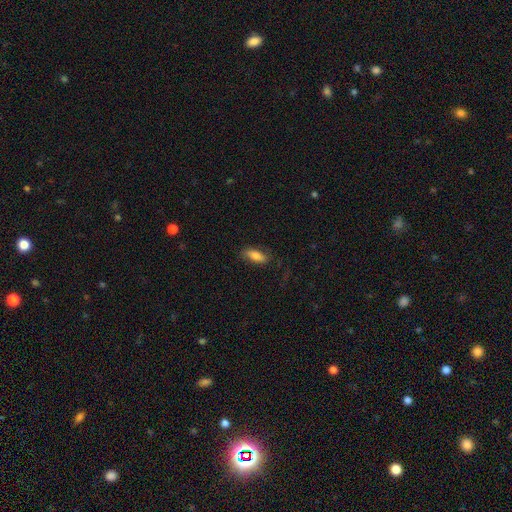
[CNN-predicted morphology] A smooth galaxy with no disk features (79%) that is in between round and cigar-shaped (71%).

Vote fractions:
- Smooth or featured? smooth: 79% / featured or disk: 14% / star or artifact: 7%
- How rounded? in between: 71% / cigar-shaped: 26% / round: 2%
- Merging? none: 75% / minor disturbance: 18% / major disturbance: 6% / merger: 1%